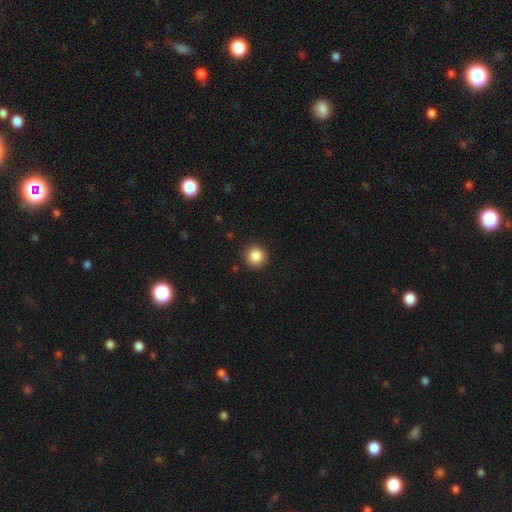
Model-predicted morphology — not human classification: Smooth or featured? smooth (87%)
How rounded? round (95%)
Merging? none (91%)